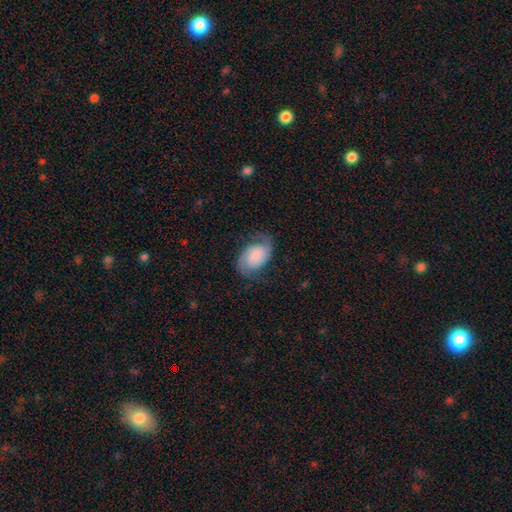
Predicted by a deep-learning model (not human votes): Smooth or featured? Predicted: featured or disk (p=0.64). Edge-on disk? Predicted: no (p=0.97). Bar? Predicted: no (p=0.66). Spiral arms? Predicted: yes (p=0.93). Spiral winding? Predicted: medium (p=0.43). Spiral arm count? Predicted: 2 (p=0.89). Bulge size? Predicted: none (p=0.36). Merging? Predicted: none (p=0.65).